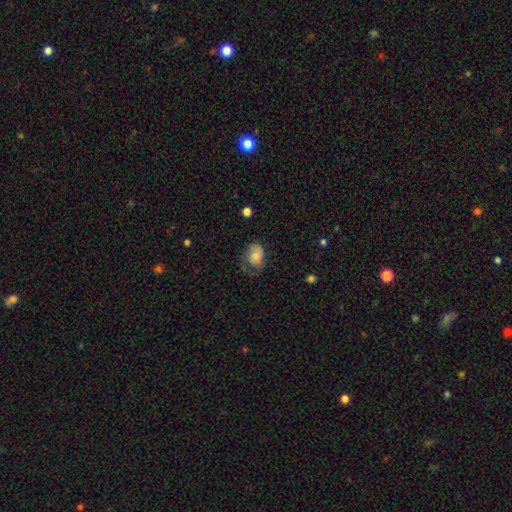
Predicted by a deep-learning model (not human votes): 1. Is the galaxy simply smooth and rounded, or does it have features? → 60% smooth, 32% featured or disk, 8% star or artifact.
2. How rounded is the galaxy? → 71% in between, 28% round, 1% cigar-shaped.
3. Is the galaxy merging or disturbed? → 38% none, 31% minor disturbance, 29% major disturbance, 2% merger.